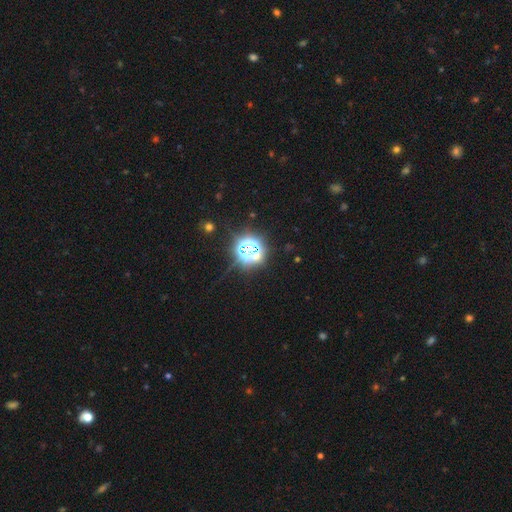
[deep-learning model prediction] Overall: star or artifact (70%).